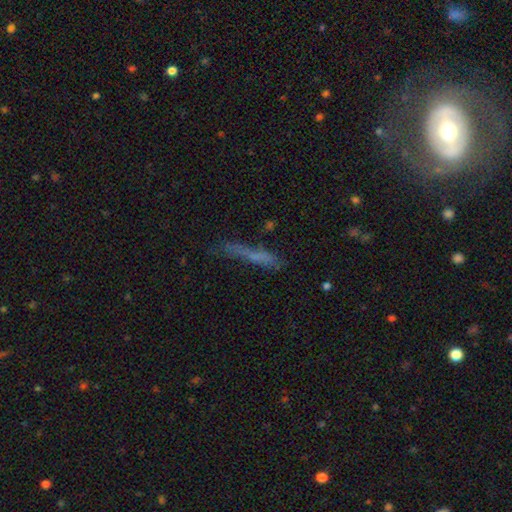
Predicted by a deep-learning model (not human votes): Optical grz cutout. It shows a smooth galaxy with no disk features (51%) that is cigar-shaped (89%). Merging: none (60%).